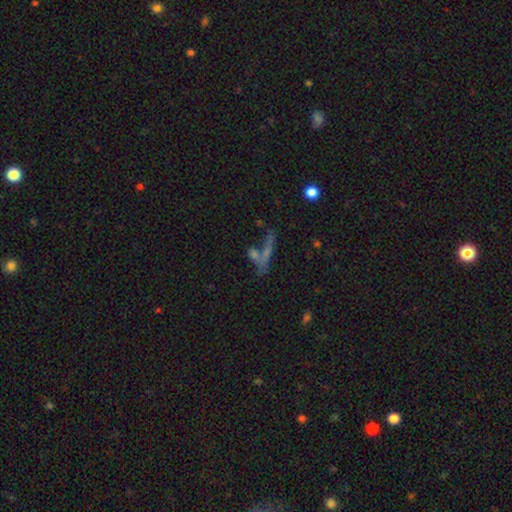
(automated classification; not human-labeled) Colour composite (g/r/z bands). It shows a smooth galaxy with no disk features (48%). Merging: none (48%).